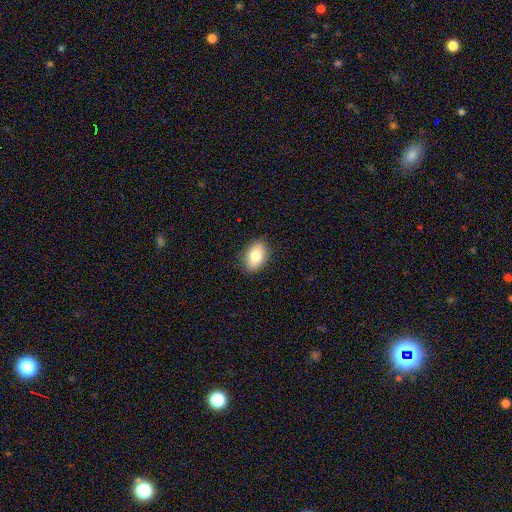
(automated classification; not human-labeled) The model was most divided on "smooth or featured": smooth: 79%, featured or disk: 13%, star or artifact: 8%. More confident: merging — none (88%); how rounded — in between (87%).